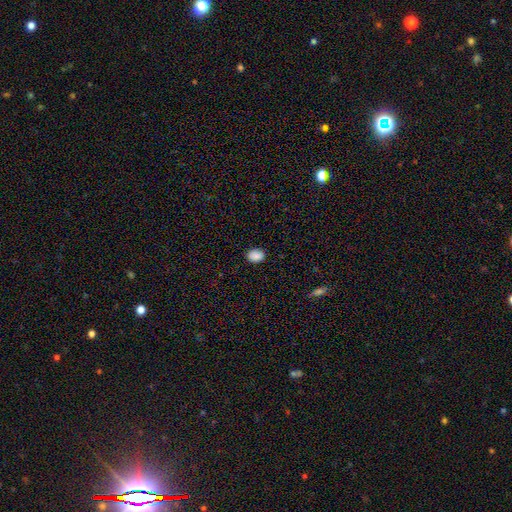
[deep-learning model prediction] Smooth or featured: smooth — 88% (star or artifact — 9%)
How rounded: in between — 54% (round — 45%)
Merging: none — 88% (minor disturbance — 9%)